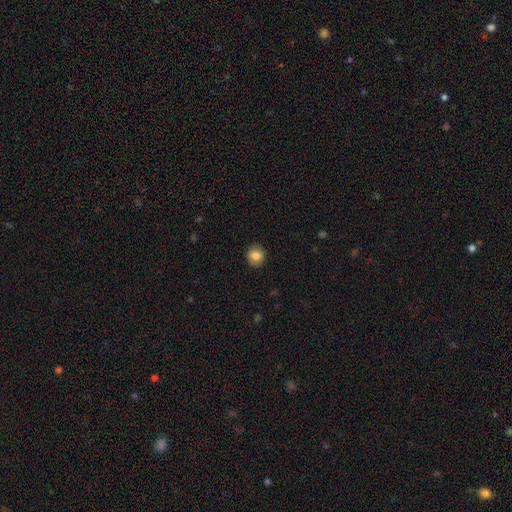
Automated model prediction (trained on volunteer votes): smooth_or_featured: smooth (p=0.84) [alt: star or artifact p=0.09]
how_rounded: round (p=0.82) [alt: in between p=0.17]
merging: none (p=0.89) [alt: minor disturbance p=0.08]